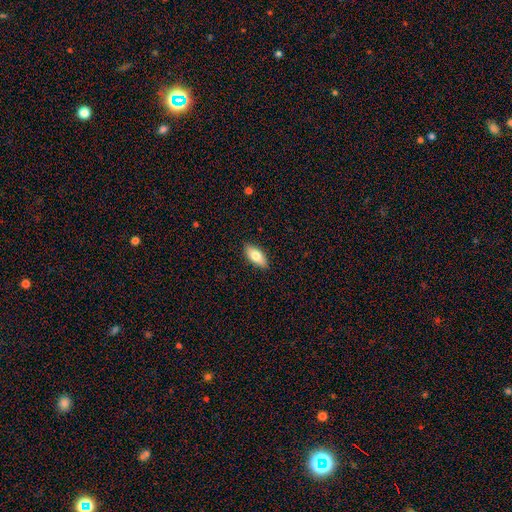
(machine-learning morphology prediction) smooth-or-featured: smooth: 75% | featured or disk: 19% | star or artifact: 6%
  how-rounded: in between: 83% | cigar-shaped: 14% | round: 3%
  merging: none: 89% | minor disturbance: 9% | major disturbance: 2% | merger: 1%